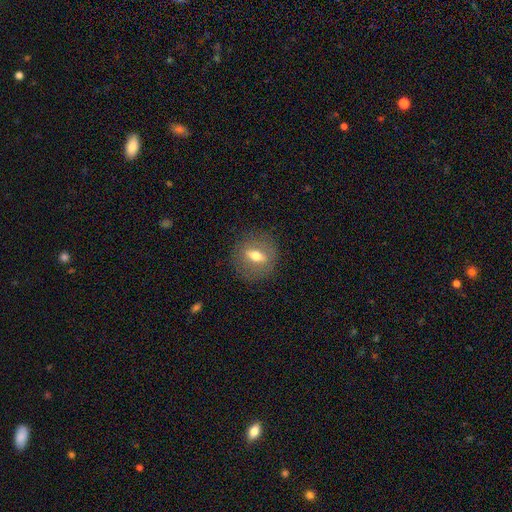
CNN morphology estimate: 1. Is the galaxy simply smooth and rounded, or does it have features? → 48% featured or disk, 42% smooth, 9% star or artifact.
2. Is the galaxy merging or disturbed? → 83% none, 11% minor disturbance, 5% major disturbance, 1% merger.